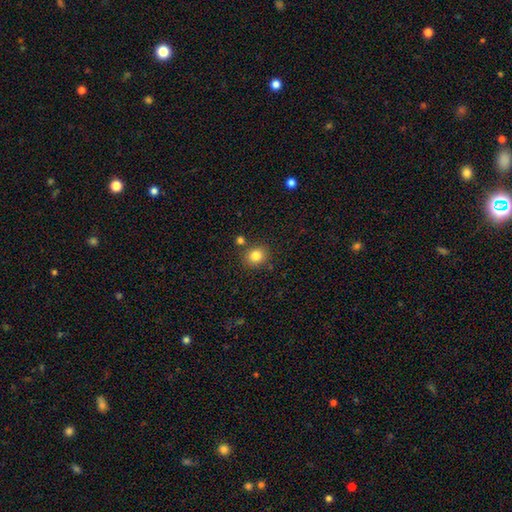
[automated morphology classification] The model was most divided on "how rounded": round: 71%, in between: 28%, cigar-shaped: 1%. More confident: smooth or featured — smooth (83%); merging — none (81%).